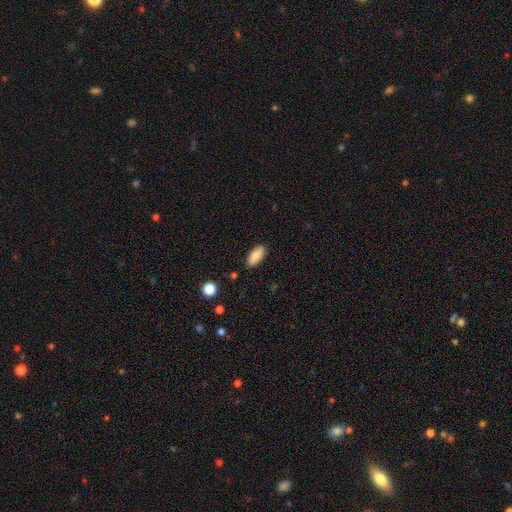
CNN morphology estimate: The model was most divided on "how rounded": in between: 84%, cigar-shaped: 13%, round: 2%. More confident: merging — none (87%); smooth or featured — smooth (86%).